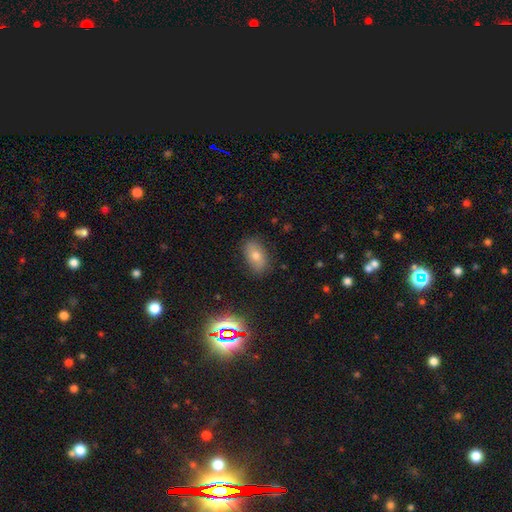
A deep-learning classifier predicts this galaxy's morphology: Overall: smooth (65%). How rounded: in between (88%). Merging: none (83%).